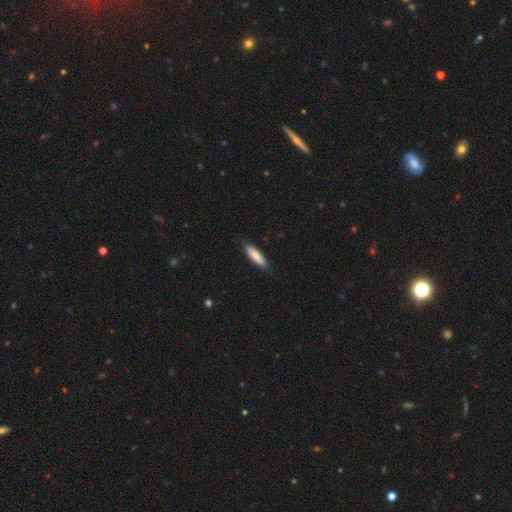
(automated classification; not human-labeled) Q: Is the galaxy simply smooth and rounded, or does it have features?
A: smooth — 84%.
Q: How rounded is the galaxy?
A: cigar-shaped — 64%.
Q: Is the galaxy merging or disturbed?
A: none — 85%.